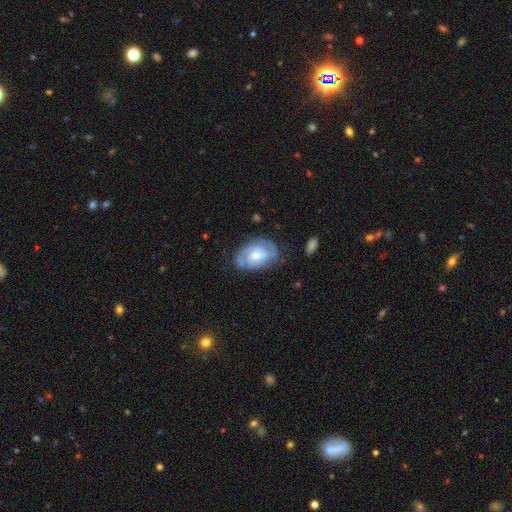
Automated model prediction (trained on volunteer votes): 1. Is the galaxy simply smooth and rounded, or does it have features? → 69% featured or disk, 25% smooth, 6% star or artifact.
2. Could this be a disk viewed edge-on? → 96% no, 4% yes.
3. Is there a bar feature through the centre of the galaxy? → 70% no, 26% weak, 4% strong.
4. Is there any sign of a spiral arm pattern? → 81% yes, 19% no.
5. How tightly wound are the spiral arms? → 54% tight, 35% medium, 11% loose.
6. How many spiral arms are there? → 40% 2, 36% can't tell, 13% 3, 5% 1, 3% 4, 2% more than 4.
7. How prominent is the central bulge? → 55% moderate, 33% small, 7% large, 3% none, 1% dominant.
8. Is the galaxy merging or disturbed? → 64% none, 24% minor disturbance, 9% major disturbance, 2% merger.